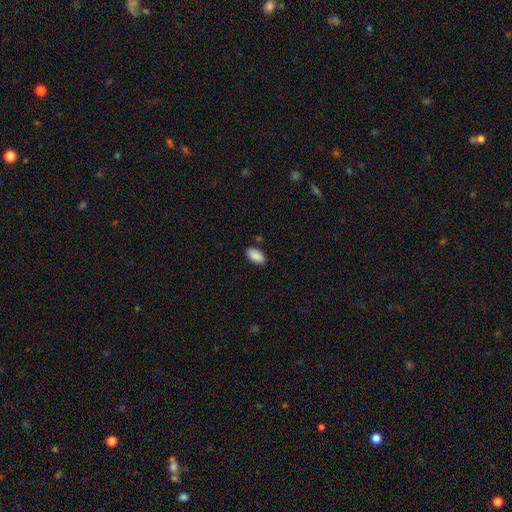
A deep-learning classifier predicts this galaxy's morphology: Smooth or featured: smooth — 89% (star or artifact — 7%)
How rounded: in between — 94% (round — 3%)
Merging: none — 84% (minor disturbance — 11%)